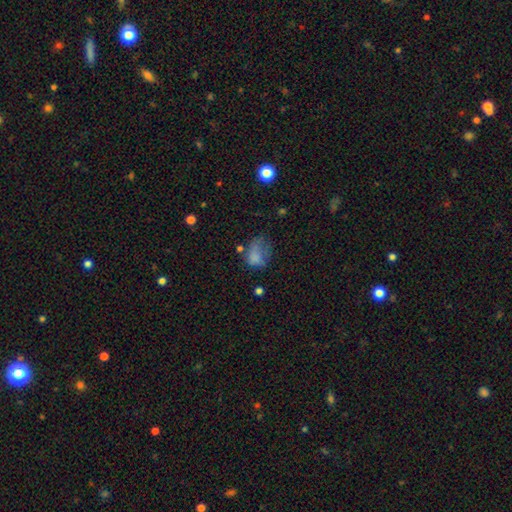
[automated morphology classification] smooth_or_featured: smooth (p=0.70) [alt: featured or disk p=0.17]
how_rounded: in between (p=0.69) [alt: round p=0.30]
merging: major disturbance (p=0.38) [alt: minor disturbance p=0.29]